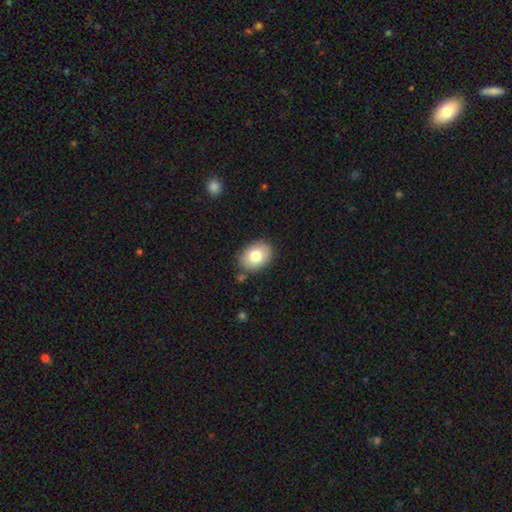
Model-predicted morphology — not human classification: smooth_or_featured: smooth (p=0.78) [alt: featured or disk p=0.13]
how_rounded: in between (p=0.68) [alt: round p=0.32]
merging: none (p=0.84) [alt: minor disturbance p=0.11]